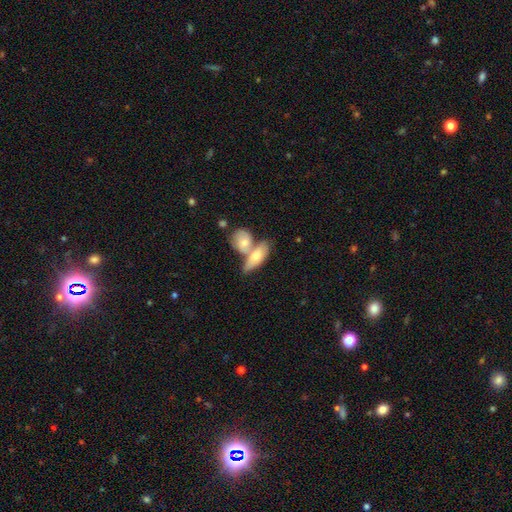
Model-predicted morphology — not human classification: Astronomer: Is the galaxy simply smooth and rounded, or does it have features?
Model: smooth — 67%.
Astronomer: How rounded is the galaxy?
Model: in between — 73%.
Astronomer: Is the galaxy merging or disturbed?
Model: merger — 58%.